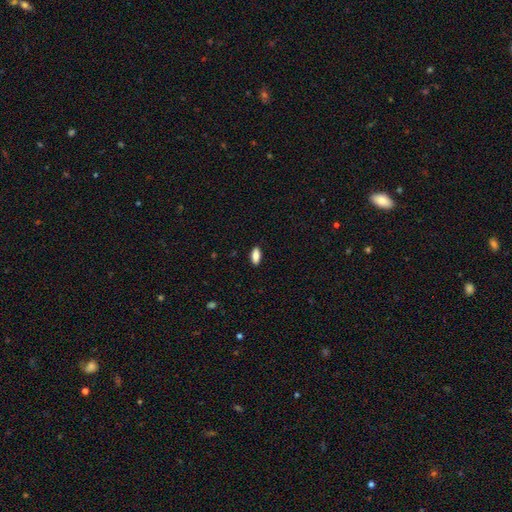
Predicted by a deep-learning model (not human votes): The model was most divided on "how rounded": in between: 82%, cigar-shaped: 16%, round: 2%. More confident: merging — none (89%); smooth or featured — smooth (86%).